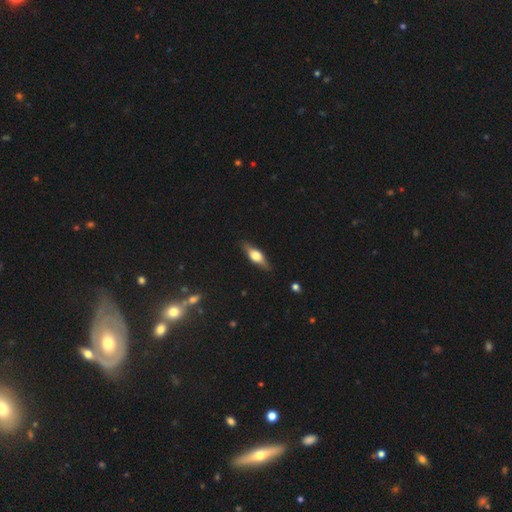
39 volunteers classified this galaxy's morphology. featured or disk 64%, smooth 28%, star or artifact 8%. Down the decision tree: edge-on disk — yes (88%); edge-on bulge — rounded (100%); merging — none (92%).